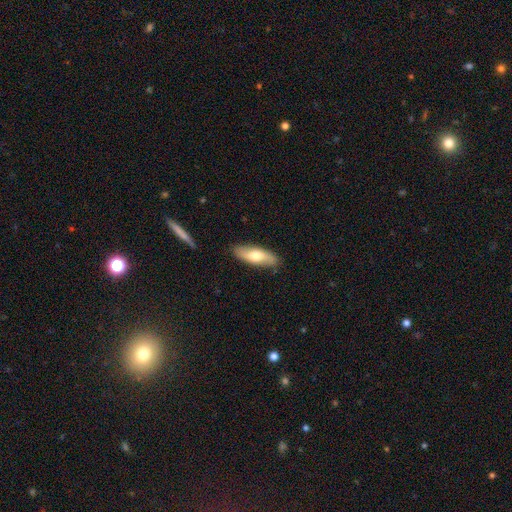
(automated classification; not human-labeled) A smooth galaxy with no disk features (65%) that is in between round and cigar-shaped (63%).

Vote fractions:
- Smooth or featured? smooth: 65% / featured or disk: 30% / star or artifact: 5%
- How rounded? in between: 63% / cigar-shaped: 34% / round: 3%
- Merging? none: 86% / minor disturbance: 10% / major disturbance: 2% / merger: 1%